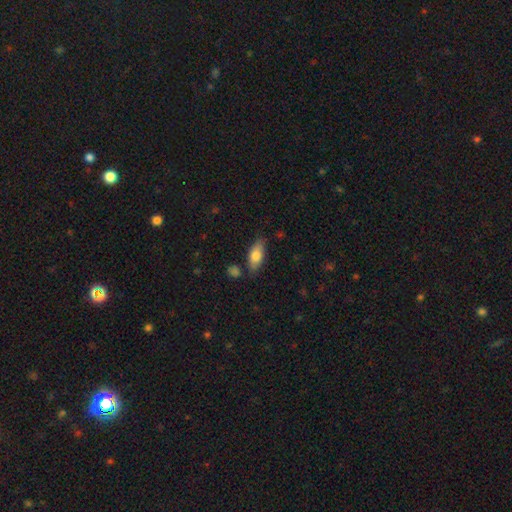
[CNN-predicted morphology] A smooth galaxy with no disk features (78%) that is in between round and cigar-shaped (82%).

Vote fractions:
- Smooth or featured? smooth: 78% / featured or disk: 16% / star or artifact: 6%
- How rounded? in between: 82% / cigar-shaped: 15% / round: 3%
- Merging? none: 74% / minor disturbance: 18% / merger: 4% / major disturbance: 4%